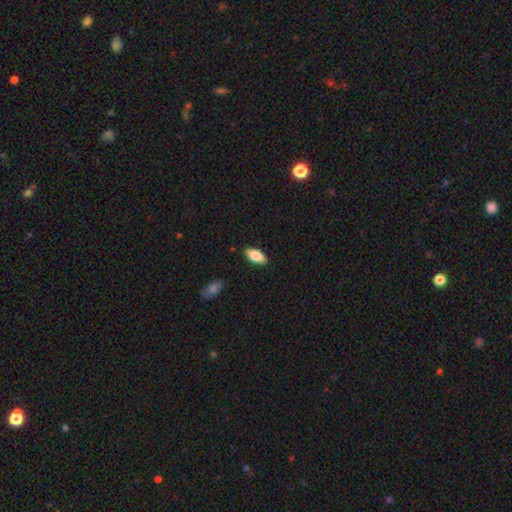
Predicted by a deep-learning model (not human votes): Smooth or featured? Predicted: smooth (p=0.80). How rounded? Predicted: in between (p=0.88). Merging? Predicted: none (p=0.88).